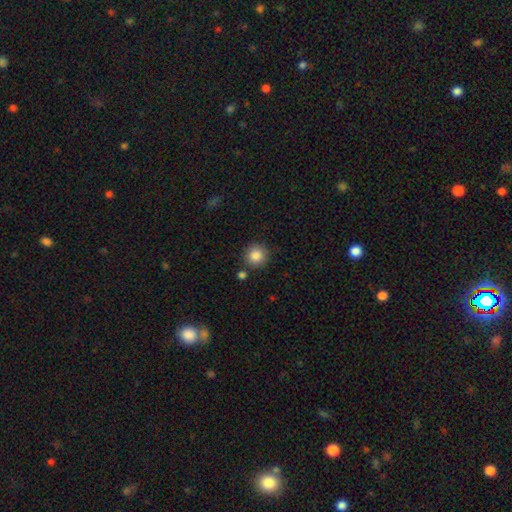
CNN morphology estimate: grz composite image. It shows a smooth galaxy with no disk features (85%) that is round (94%). Merging: none (85%).